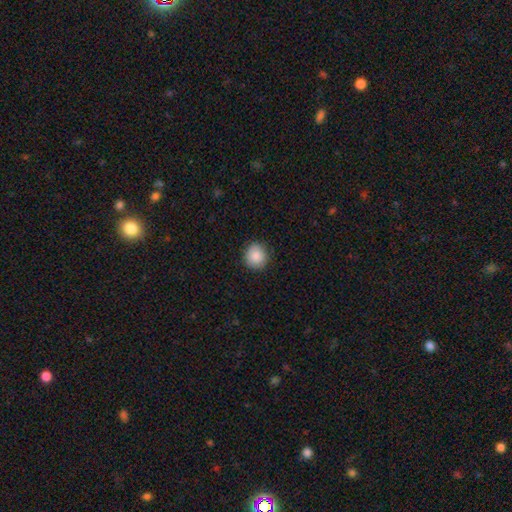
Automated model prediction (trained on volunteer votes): Overall: smooth (88%). How rounded: round (90%). Merging: none (89%).